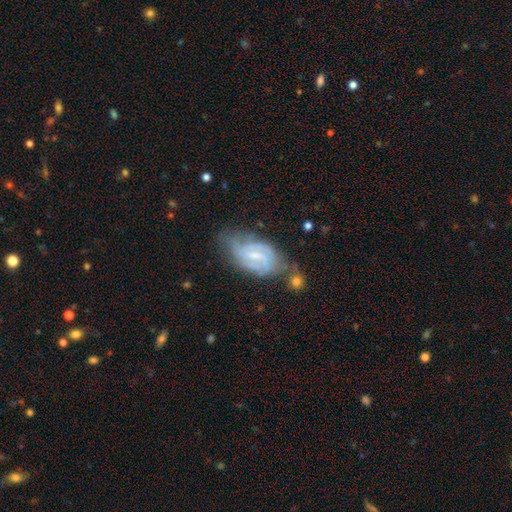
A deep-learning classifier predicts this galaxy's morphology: Q: Smooth or featured?
A: featured or disk (78%); runner-up: smooth (15%)
Q: Edge-on disk?
A: no (95%); runner-up: yes (5%)
Q: Bar?
A: weak (59%); runner-up: no (21%)
Q: Spiral arms?
A: yes (93%); runner-up: no (7%)
Q: Spiral winding?
A: tight (47%); runner-up: medium (42%)
Q: Spiral arm count?
A: 2 (55%); runner-up: can't tell (21%)
Q: Bulge size?
A: small (60%); runner-up: moderate (25%)
Q: Merging?
A: none (58%); runner-up: minor disturbance (26%)